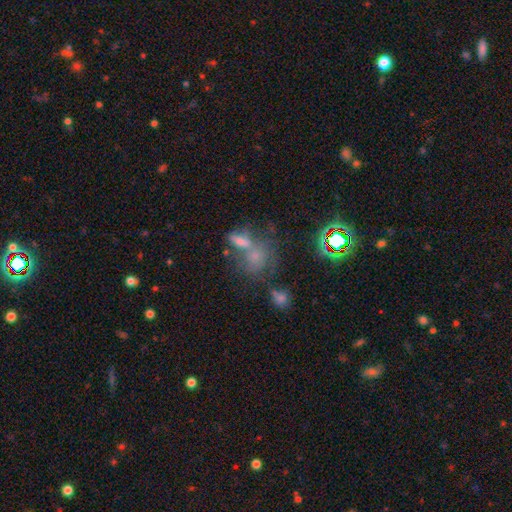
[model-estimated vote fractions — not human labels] Smooth or featured? smooth (40%)
Merging? merger (50%)